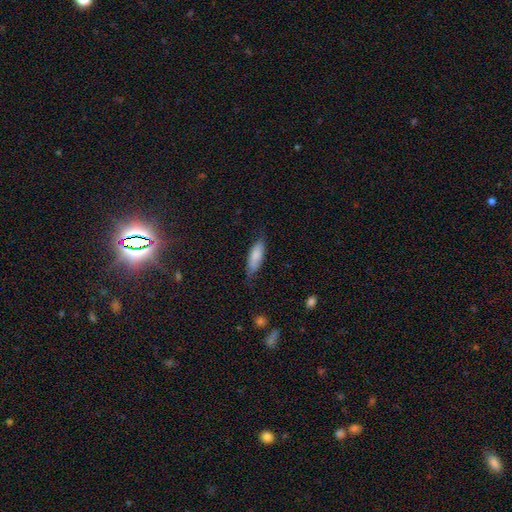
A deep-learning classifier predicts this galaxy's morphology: A smooth galaxy with no disk features (79%) that is in between round and cigar-shaped (59%).

Vote fractions:
- Smooth or featured? smooth: 79% / featured or disk: 15% / star or artifact: 6%
- How rounded? in between: 59% / cigar-shaped: 39% / round: 2%
- Merging? none: 67% / minor disturbance: 26% / major disturbance: 6% / merger: 1%